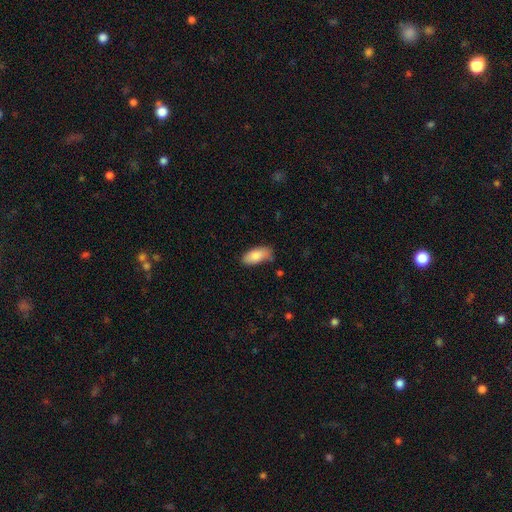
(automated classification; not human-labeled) Overall: smooth (85%). How rounded: in between (89%). Merging: none (68%).